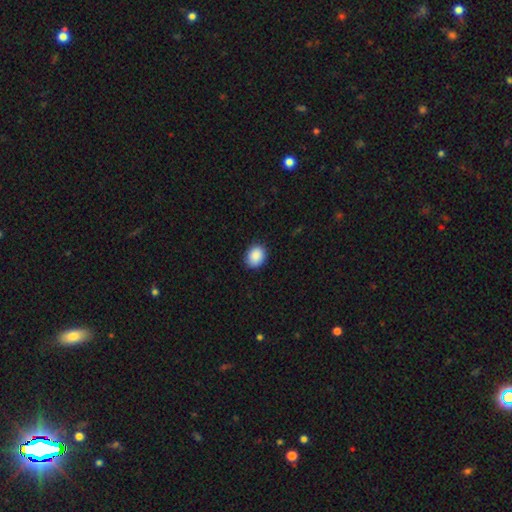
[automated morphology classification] smooth_or_featured: smooth (p=0.90) [alt: star or artifact p=0.08]
how_rounded: in between (p=0.51) [alt: round p=0.48]
merging: none (p=0.88) [alt: minor disturbance p=0.09]